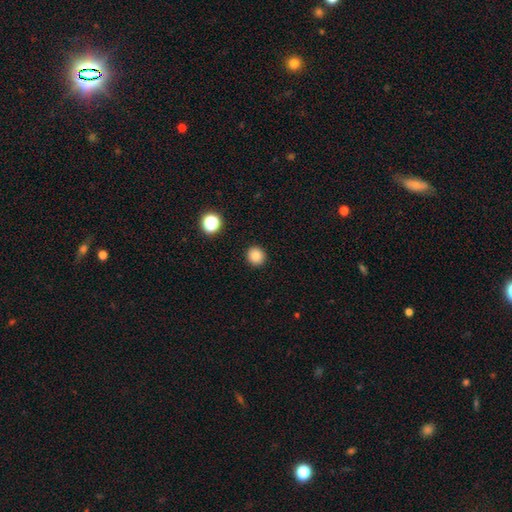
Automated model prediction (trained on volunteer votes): Morphology: type=smooth (83%); roundness=round (93%); merging=none (93%).